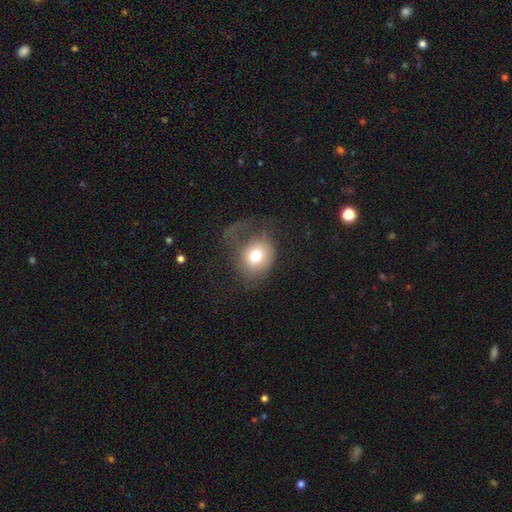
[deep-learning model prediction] Q: Smooth or featured?
A: smooth (70%); runner-up: featured or disk (19%)
Q: How rounded?
A: round (65%); runner-up: in between (34%)
Q: Merging?
A: major disturbance (40%); runner-up: none (35%)